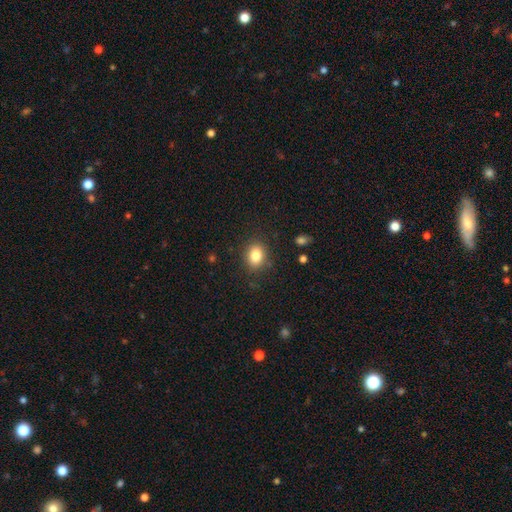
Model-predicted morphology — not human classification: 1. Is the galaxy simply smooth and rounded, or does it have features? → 83% smooth, 10% star or artifact, 7% featured or disk.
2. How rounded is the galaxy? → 54% in between, 45% round, 1% cigar-shaped.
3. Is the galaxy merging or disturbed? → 85% none, 10% minor disturbance, 3% major disturbance, 2% merger.